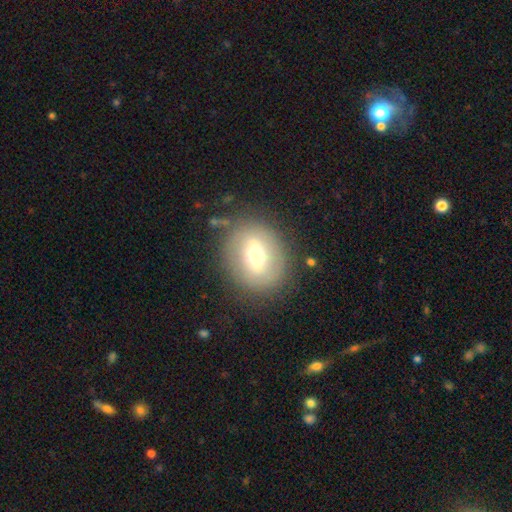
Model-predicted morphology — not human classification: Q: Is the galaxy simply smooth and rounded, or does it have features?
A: smooth — 46%.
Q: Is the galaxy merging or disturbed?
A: none — 80%.